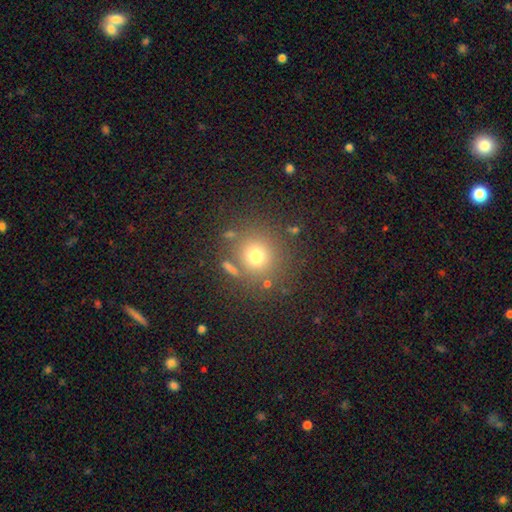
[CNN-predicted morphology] smooth-or-featured: smooth: 71% | star or artifact: 18% | featured or disk: 11%
  how-rounded: round: 91% | in between: 8% | cigar-shaped: 1%
  merging: none: 78% | minor disturbance: 10% | merger: 7% | major disturbance: 5%